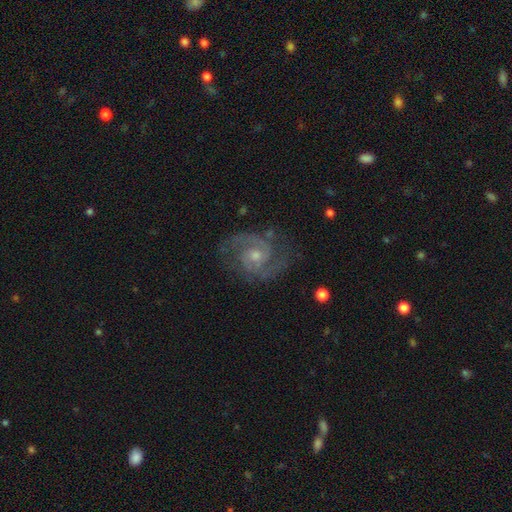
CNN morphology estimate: Smooth or featured? Predicted: featured or disk (p=0.90). Edge-on disk? Predicted: no (p=0.98). Bar? Predicted: no (p=0.61). Spiral arms? Predicted: yes (p=0.98). Spiral winding? Predicted: medium (p=0.56). Spiral arm count? Predicted: 2 (p=0.90). Bulge size? Predicted: moderate (p=0.53). Merging? Predicted: none (p=0.76).